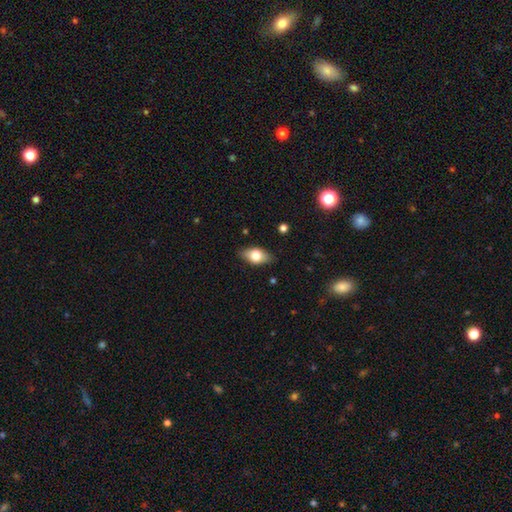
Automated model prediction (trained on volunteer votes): A smooth galaxy with no disk features (71%) that is in between round and cigar-shaped (87%). Merging: none (84%).